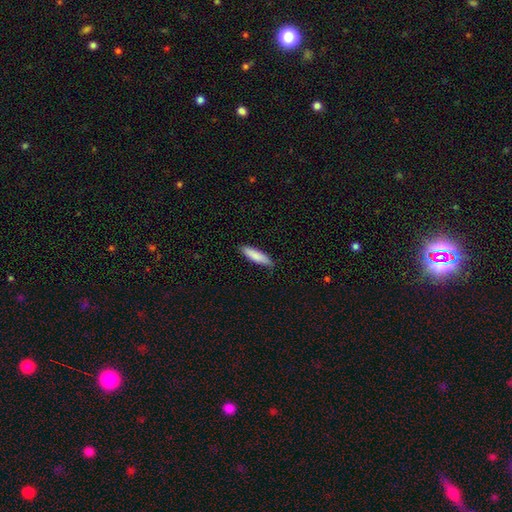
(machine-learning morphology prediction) This is clearly a smooth galaxy (85%). How rounded: likely cigar-shaped (71%). Merging: clearly none (80%).